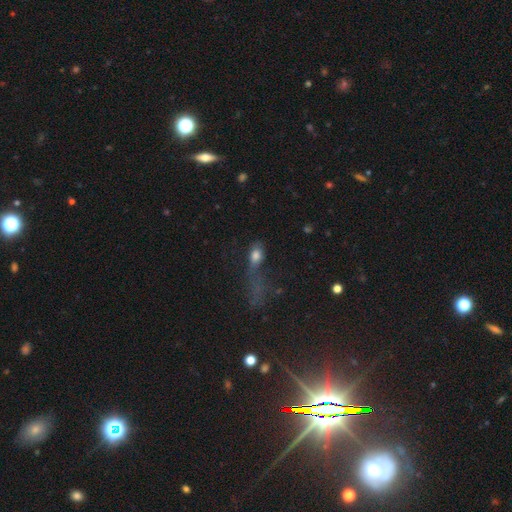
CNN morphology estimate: This is likely a smooth galaxy (73%). How rounded: likely in between (73%). Merging: possibly major disturbance (54%).